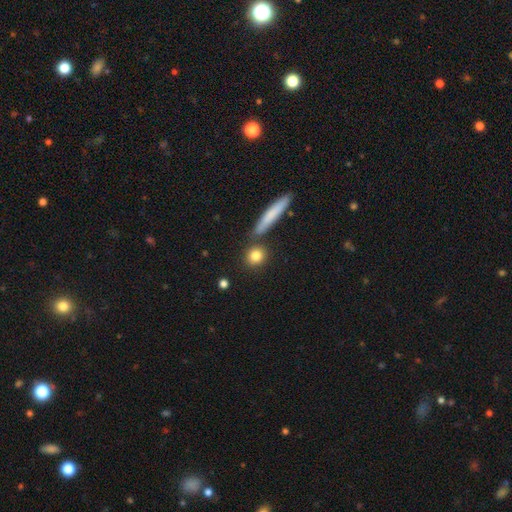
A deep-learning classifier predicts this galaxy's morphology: type=smooth (82%); roundness=round (78%); merging=none (80%).